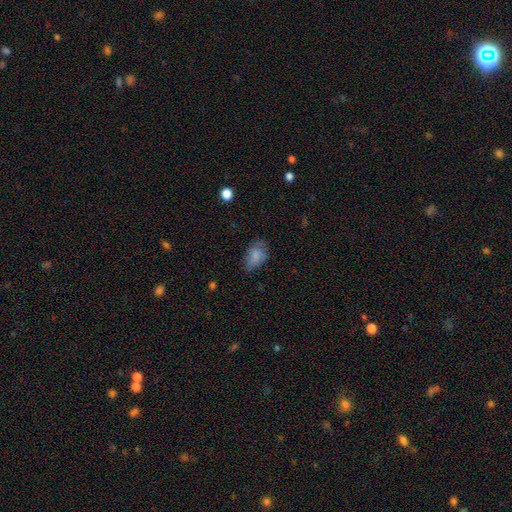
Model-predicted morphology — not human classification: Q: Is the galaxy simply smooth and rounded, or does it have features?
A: smooth — 82%.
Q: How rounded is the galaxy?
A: in between — 87%.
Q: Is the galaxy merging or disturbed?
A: none — 65%.